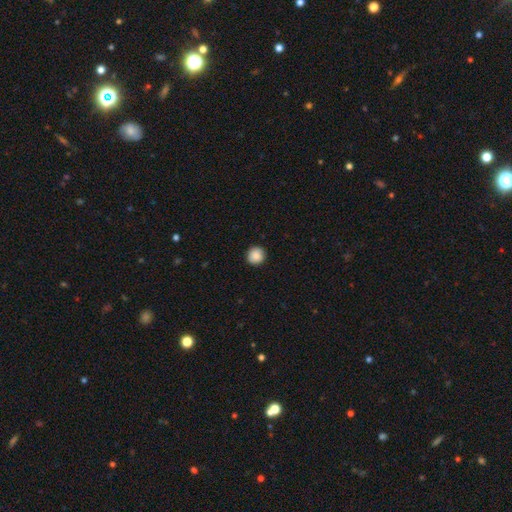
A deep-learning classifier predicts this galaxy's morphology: The model was most divided on "smooth or featured": smooth: 88%, star or artifact: 8%, featured or disk: 4%. More confident: how rounded — round (94%); merging — none (91%).